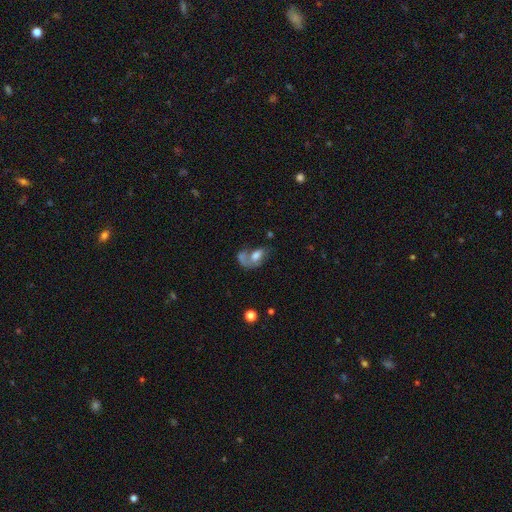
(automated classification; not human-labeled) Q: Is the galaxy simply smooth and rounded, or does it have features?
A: smooth — 53%.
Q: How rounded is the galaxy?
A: in between — 85%.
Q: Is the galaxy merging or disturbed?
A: merger — 33%.